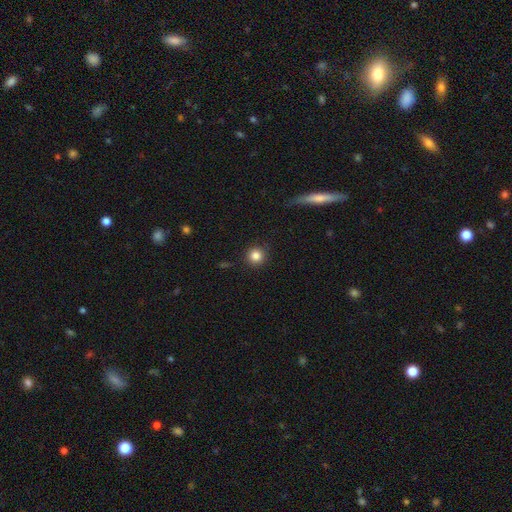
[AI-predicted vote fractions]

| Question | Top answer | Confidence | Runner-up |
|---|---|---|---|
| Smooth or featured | smooth | 84% | star or artifact (11%) |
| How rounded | round | 94% | in between (5%) |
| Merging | none | 90% | minor disturbance (6%) |